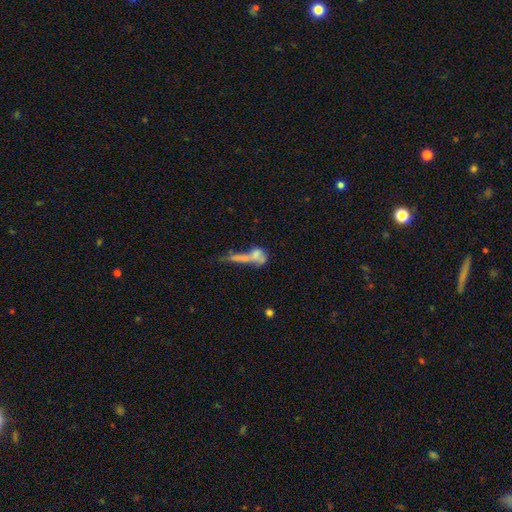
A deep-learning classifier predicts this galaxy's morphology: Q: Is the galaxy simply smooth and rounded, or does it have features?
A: smooth — 52%.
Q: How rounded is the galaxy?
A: in between — 44%.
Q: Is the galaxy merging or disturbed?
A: merger — 41%.